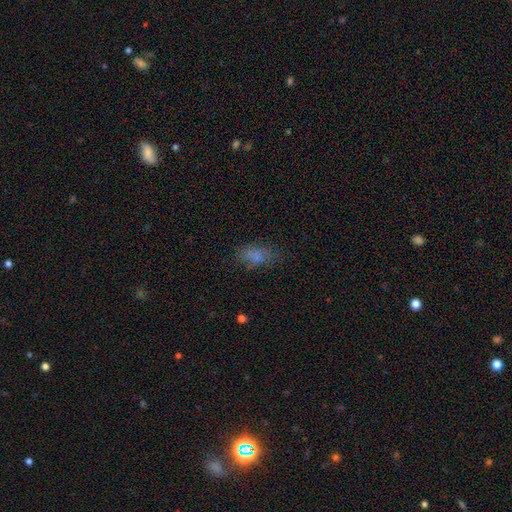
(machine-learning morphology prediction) A smooth galaxy with no disk features (71%) that is in between round and cigar-shaped (86%). Merging: none (59%).